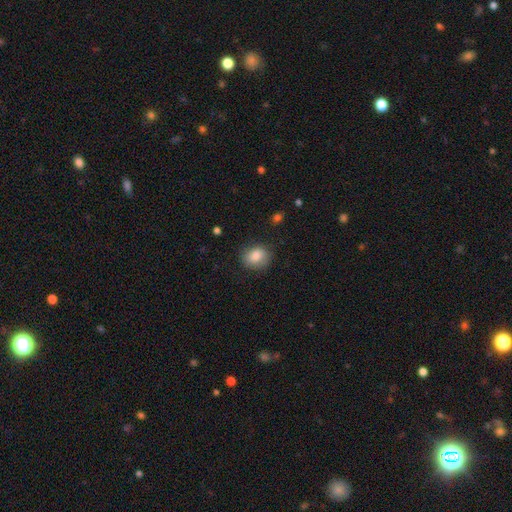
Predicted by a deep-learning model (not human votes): This appears to be a smooth galaxy with no disk features (84%) that is round (58%). Merging: none (77%).